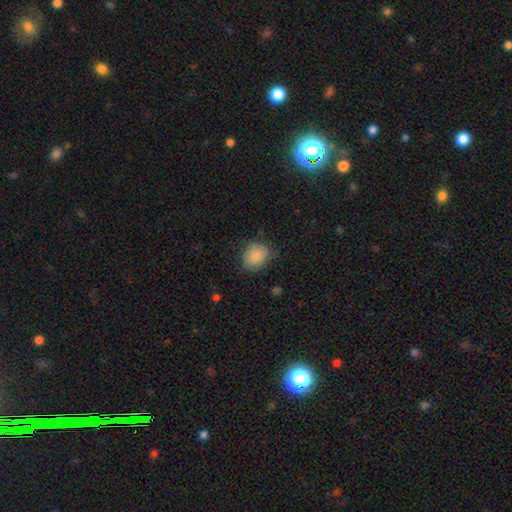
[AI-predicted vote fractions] smooth 84%, featured or disk 8%, star or artifact 7%. Down the decision tree: how rounded — round (50%); merging — none (70%).